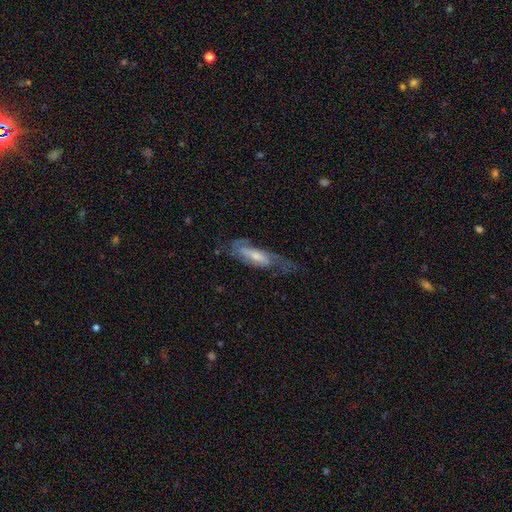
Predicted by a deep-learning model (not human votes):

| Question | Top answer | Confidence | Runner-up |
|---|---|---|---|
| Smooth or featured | featured or disk | 61% | smooth (32%) |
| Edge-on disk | no | 74% | yes (26%) |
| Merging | none | 42% | major disturbance (29%) |